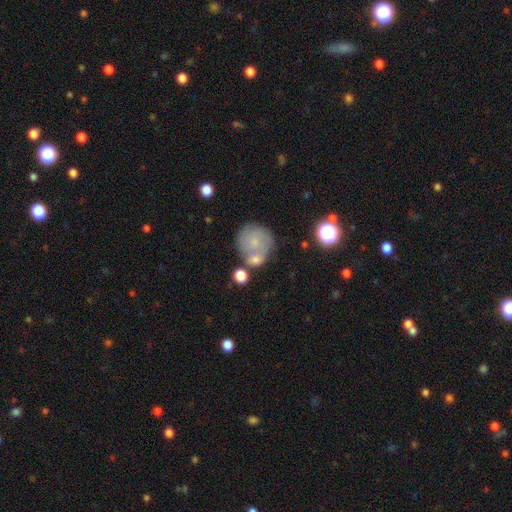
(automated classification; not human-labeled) A smooth galaxy with no disk features (62%) that is round (88%). Merging: none (49%).